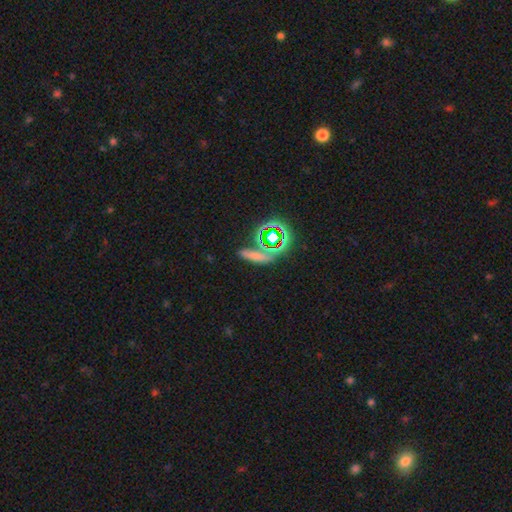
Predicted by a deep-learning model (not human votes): Smooth or featured? smooth (49%)
Merging? none (69%)